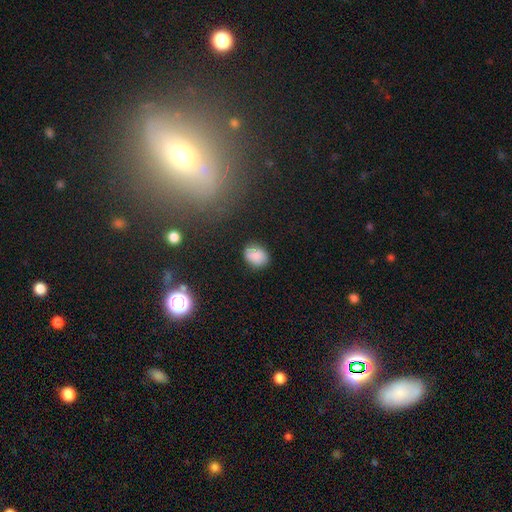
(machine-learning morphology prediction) This is clearly a smooth galaxy (81%). How rounded: likely in between (63%). Merging: likely none (80%).